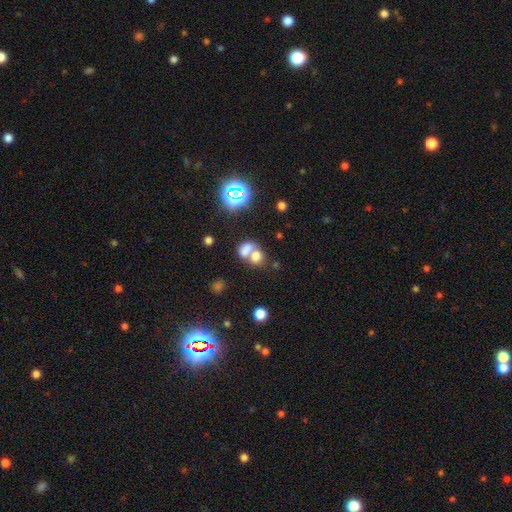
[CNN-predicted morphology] Smooth or featured: smooth — 69% (star or artifact — 17%)
How rounded: in between — 55% (round — 44%)
Merging: merger — 62% (none — 28%)